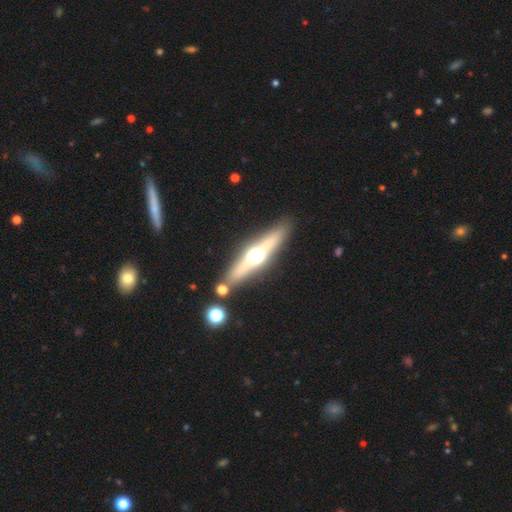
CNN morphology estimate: Overall: featured or disk (63%; smooth 29%). Edge-on disk: yes (91%). Edge-on bulge: rounded (94%). Merging: none (80%).